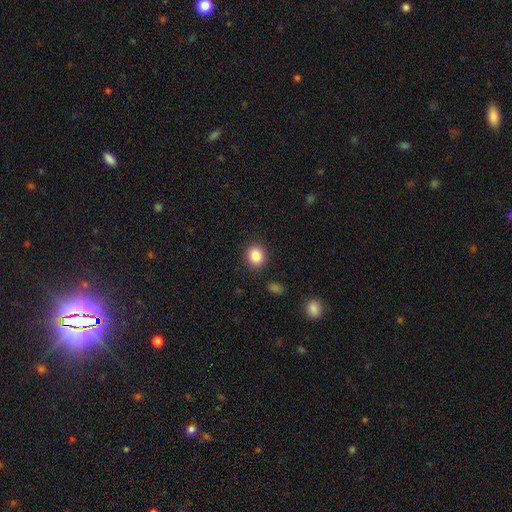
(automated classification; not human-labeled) This is clearly a smooth galaxy (86%). How rounded: likely round (78%). Merging: clearly none (88%).